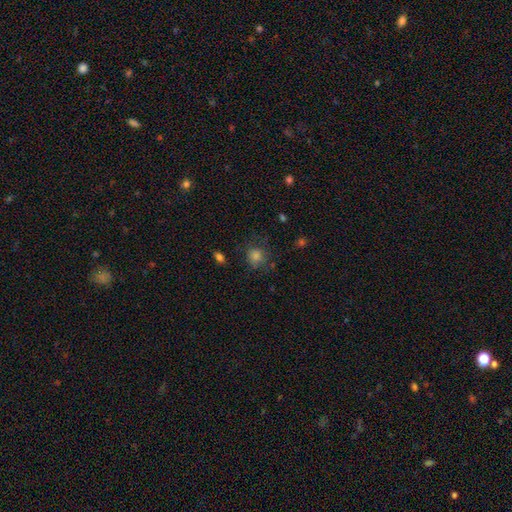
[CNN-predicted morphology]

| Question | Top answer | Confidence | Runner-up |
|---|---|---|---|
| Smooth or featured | smooth | 73% | star or artifact (19%) |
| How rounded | round | 86% | in between (13%) |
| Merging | none | 74% | minor disturbance (16%) |